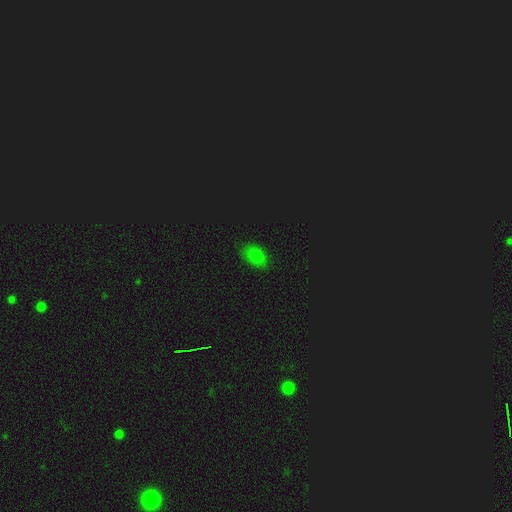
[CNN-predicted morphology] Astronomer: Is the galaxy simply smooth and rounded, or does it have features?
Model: smooth — 77%.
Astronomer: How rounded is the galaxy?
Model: in between — 88%.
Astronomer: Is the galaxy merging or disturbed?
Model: none — 80%.